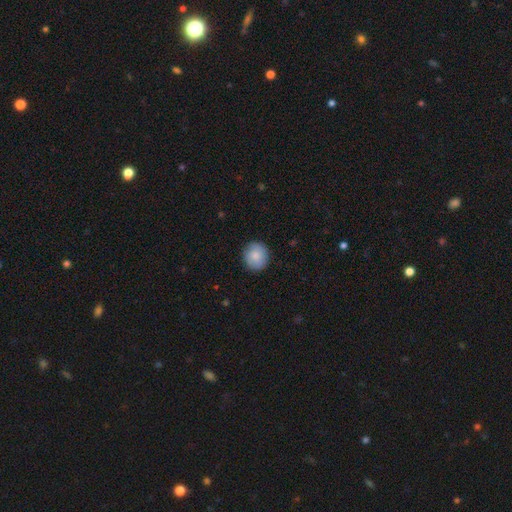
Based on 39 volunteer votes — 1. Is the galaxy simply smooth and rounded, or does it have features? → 90% smooth, 8% star or artifact, 3% featured or disk.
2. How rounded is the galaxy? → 100% round, 0% in between, 0% cigar-shaped.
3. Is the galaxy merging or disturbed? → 89% none, 8% minor disturbance, 3% major disturbance, 0% merger.